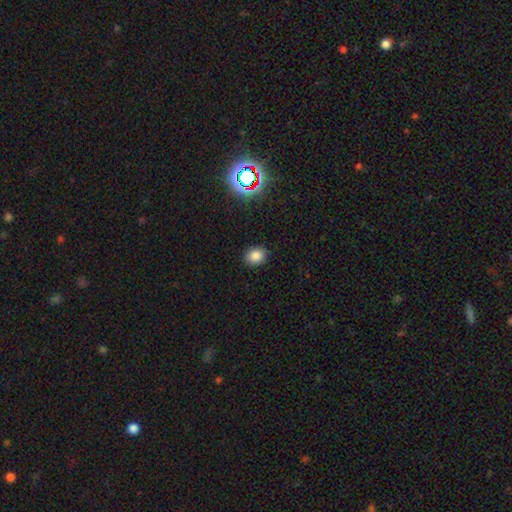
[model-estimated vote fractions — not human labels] This is clearly a smooth galaxy (81%). How rounded: possibly round (54%). Merging: clearly none (89%).